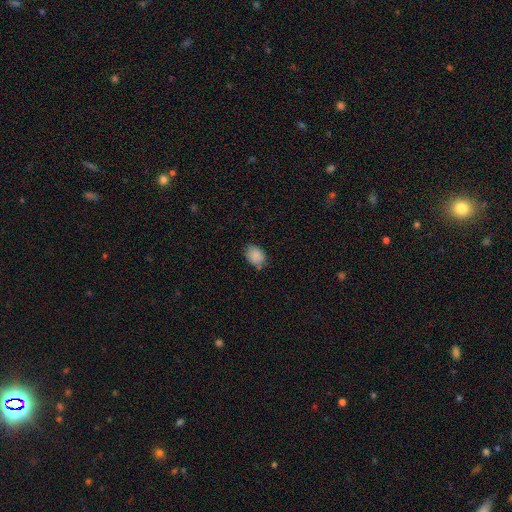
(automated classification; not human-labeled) smooth-or-featured: smooth: 88% | star or artifact: 8% | featured or disk: 4%
  how-rounded: in between: 66% | round: 33% | cigar-shaped: 1%
  merging: none: 72% | minor disturbance: 21% | major disturbance: 4% | merger: 3%